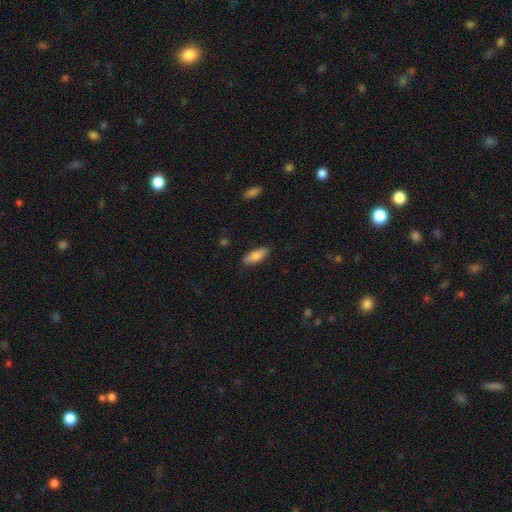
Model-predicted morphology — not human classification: Smooth or featured: smooth — 78% (featured or disk — 16%)
How rounded: in between — 72% (cigar-shaped — 26%)
Merging: none — 86% (minor disturbance — 11%)